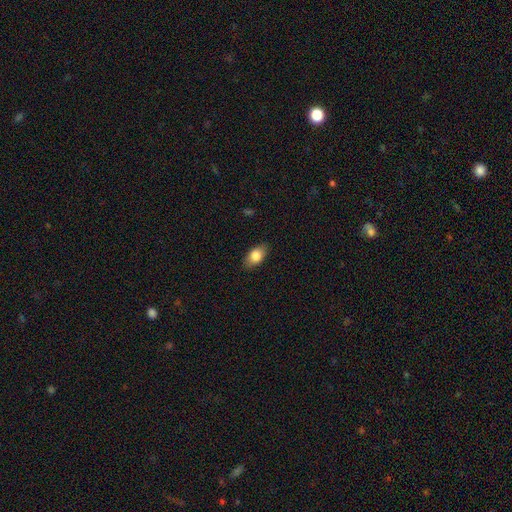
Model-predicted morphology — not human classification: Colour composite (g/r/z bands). It shows a smooth galaxy with no disk features (81%) that is in between round and cigar-shaped (89%). Merging: none (86%).